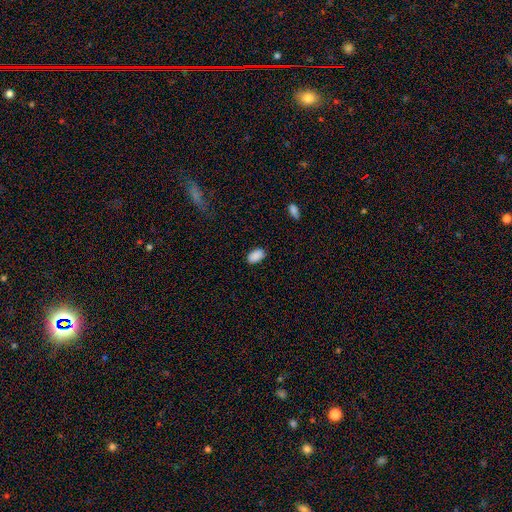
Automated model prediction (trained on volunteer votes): A smooth galaxy with no disk features (89%) that is in between round and cigar-shaped (93%). Merging: none (84%).